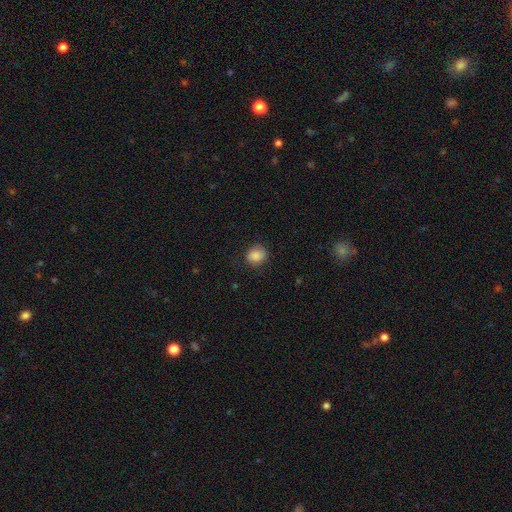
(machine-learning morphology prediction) This is clearly a smooth galaxy (86%). How rounded: likely round (67%). Merging: likely none (74%).